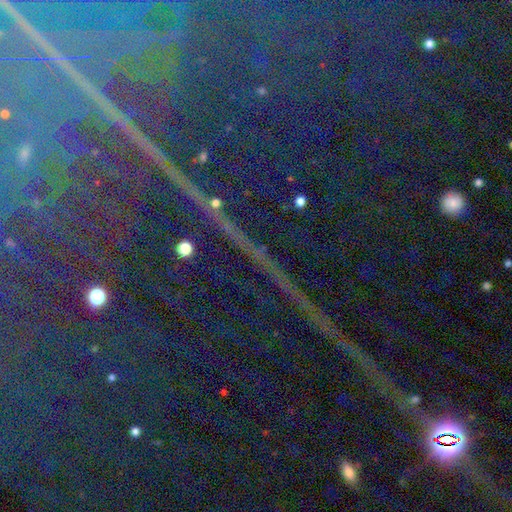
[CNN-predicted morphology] A star or artifact, not a galaxy (86%).